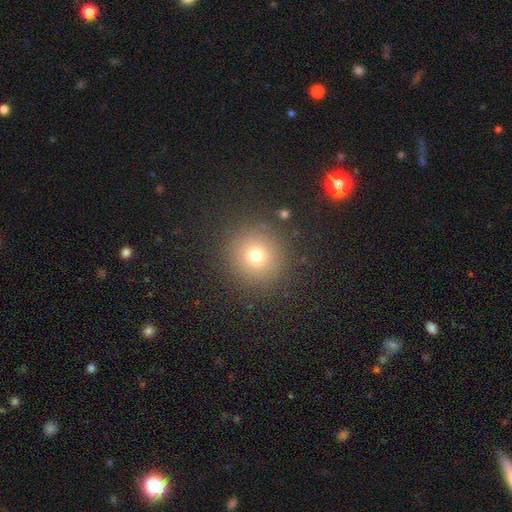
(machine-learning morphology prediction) Overall: smooth (72%). How rounded: round (95%). Merging: none (89%).